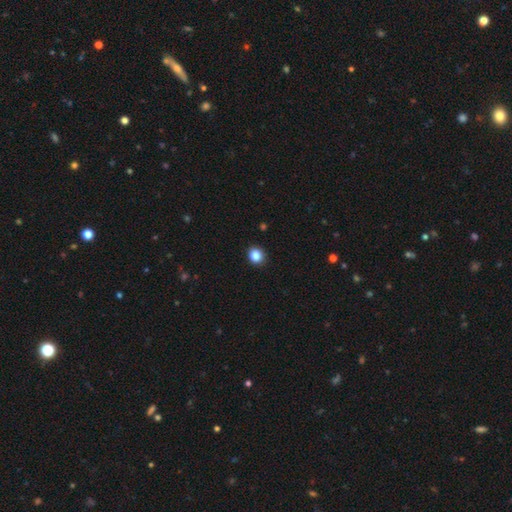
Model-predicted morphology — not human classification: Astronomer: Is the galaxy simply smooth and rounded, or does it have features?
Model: smooth — 86%.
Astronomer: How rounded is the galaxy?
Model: round — 75%.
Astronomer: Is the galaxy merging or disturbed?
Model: none — 91%.